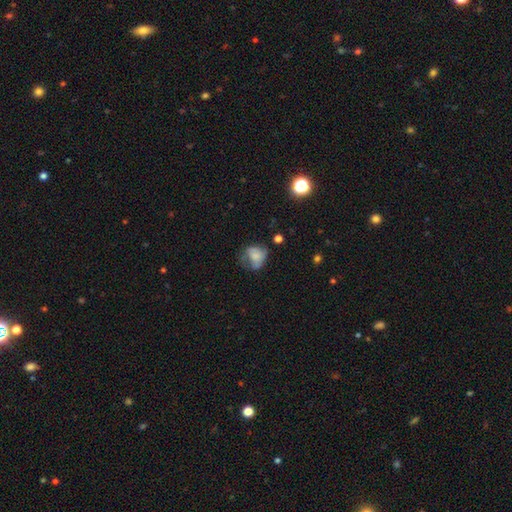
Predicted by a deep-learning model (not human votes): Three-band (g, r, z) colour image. It shows a smooth galaxy with no disk features (61%) that is round (55%). Merging: major disturbance (33%, tied with none).